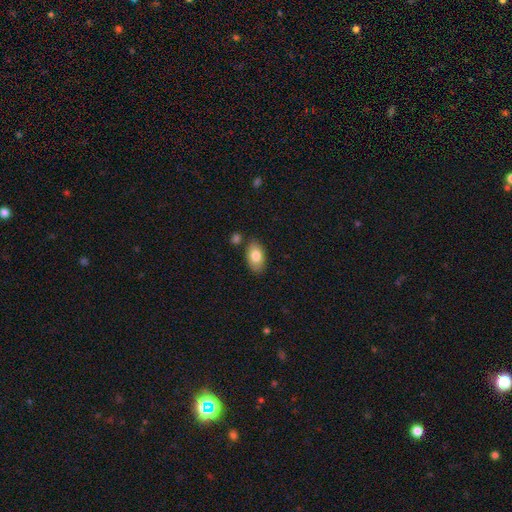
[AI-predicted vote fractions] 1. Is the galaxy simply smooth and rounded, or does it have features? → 81% smooth, 12% featured or disk, 7% star or artifact.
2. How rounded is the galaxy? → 92% in between, 6% round, 2% cigar-shaped.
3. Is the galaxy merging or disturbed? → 79% none, 12% minor disturbance, 6% merger, 3% major disturbance.